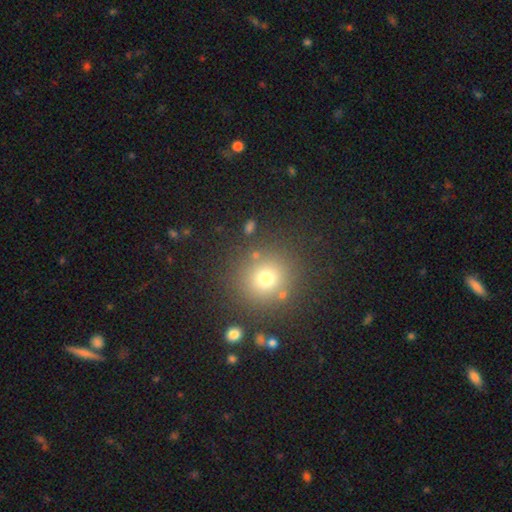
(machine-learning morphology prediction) A smooth galaxy with no disk features (71%) that is round (91%). Merging: none (85%).